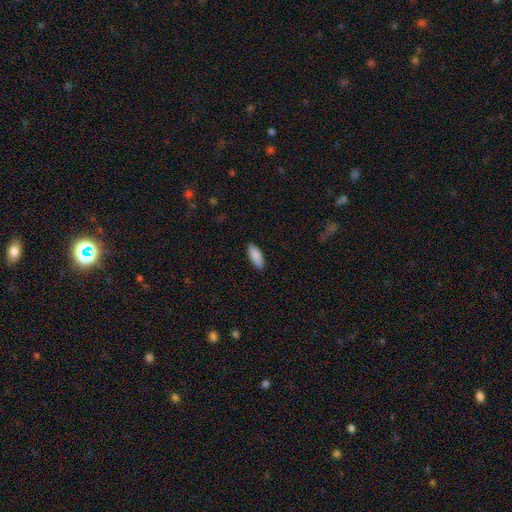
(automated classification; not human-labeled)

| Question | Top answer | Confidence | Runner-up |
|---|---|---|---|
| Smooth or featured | smooth | 90% | star or artifact (6%) |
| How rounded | in between | 79% | cigar-shaped (19%) |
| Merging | none | 89% | minor disturbance (9%) |